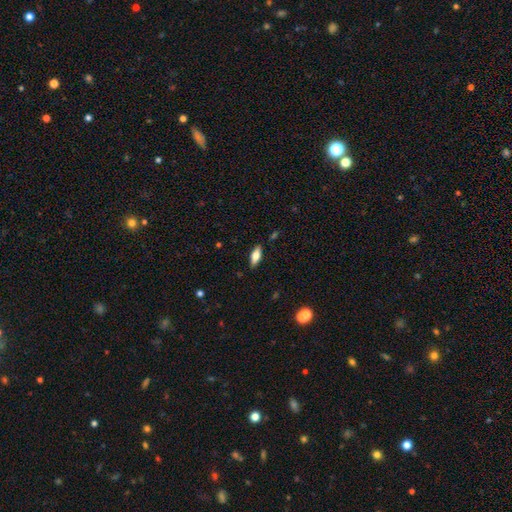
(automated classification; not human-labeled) smooth_or_featured: smooth (p=0.68) [alt: featured or disk p=0.25]
how_rounded: in between (p=0.71) [alt: cigar-shaped p=0.27]
merging: none (p=0.87) [alt: minor disturbance p=0.10]